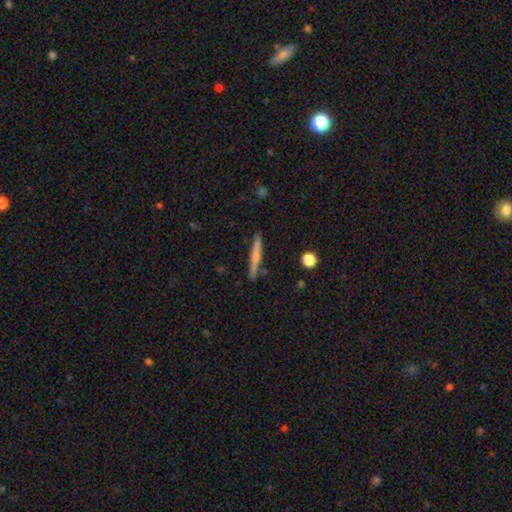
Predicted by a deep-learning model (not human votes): Smooth or featured? Predicted: smooth (p=0.52). How rounded? Predicted: cigar-shaped (p=0.94). Merging? Predicted: none (p=0.85).